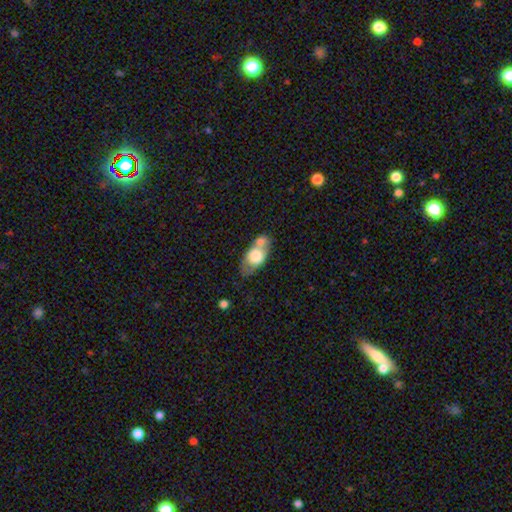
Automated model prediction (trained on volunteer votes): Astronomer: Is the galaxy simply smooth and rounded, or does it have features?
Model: smooth — 67%.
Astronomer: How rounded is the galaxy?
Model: in between — 85%.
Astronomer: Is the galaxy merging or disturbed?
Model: none — 39% (runner-up: merger, 37%).